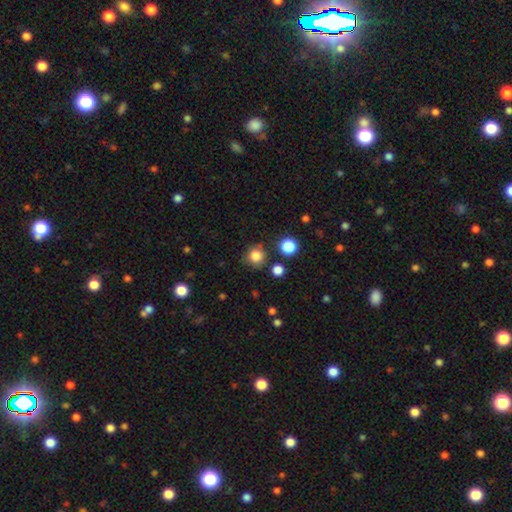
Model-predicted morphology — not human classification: Smooth or featured? Predicted: smooth (p=0.83). How rounded? Predicted: round (p=0.91). Merging? Predicted: none (p=0.80).